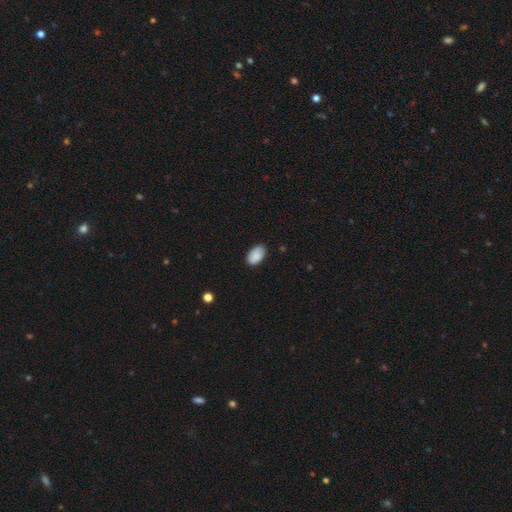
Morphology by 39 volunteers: Smooth or featured? 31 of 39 (79%) said smooth. How rounded? 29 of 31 (94%) said in between. Merging? 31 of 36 (86%) said none.